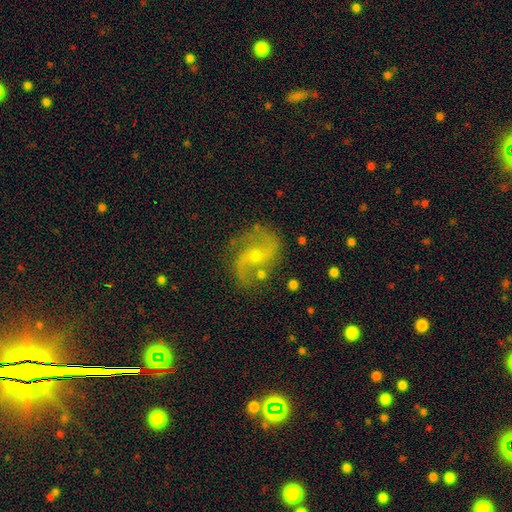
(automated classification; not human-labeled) featured or disk 86%, star or artifact 7%, smooth 7%. Down the decision tree: edge-on disk — no (98%); bar — no (50%); spiral arms — yes (96%); spiral arm count — 2 (90%); spiral winding — loose (47%); bulge size — small (61%); merging — none (73%).